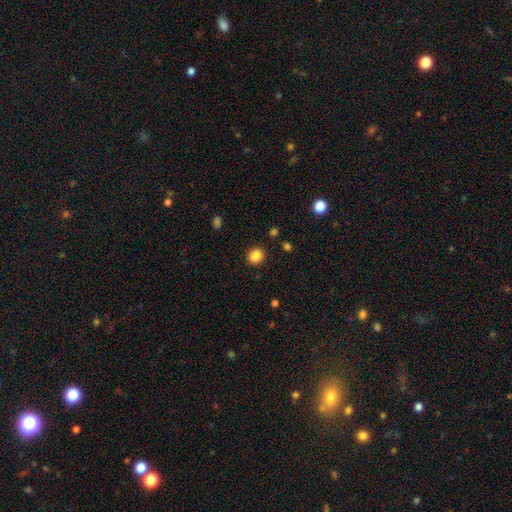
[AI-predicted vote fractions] The model was most divided on "how rounded": round: 72%, in between: 28%, cigar-shaped: 1%. More confident: merging — none (90%); smooth or featured — smooth (86%).